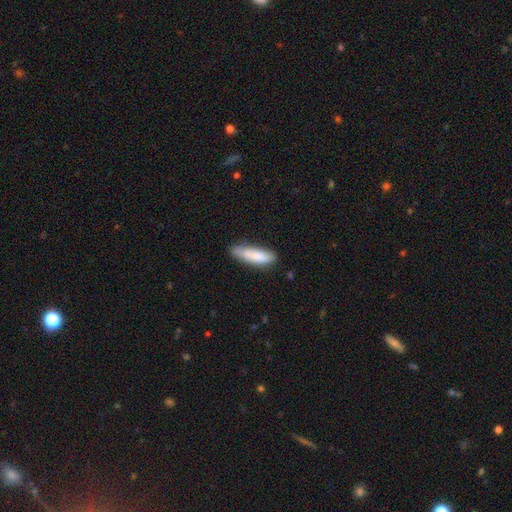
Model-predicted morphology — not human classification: smooth_or_featured: smooth (p=0.81) [alt: featured or disk p=0.13]
how_rounded: cigar-shaped (p=0.54) [alt: in between p=0.44]
merging: none (p=0.60) [alt: minor disturbance p=0.29]